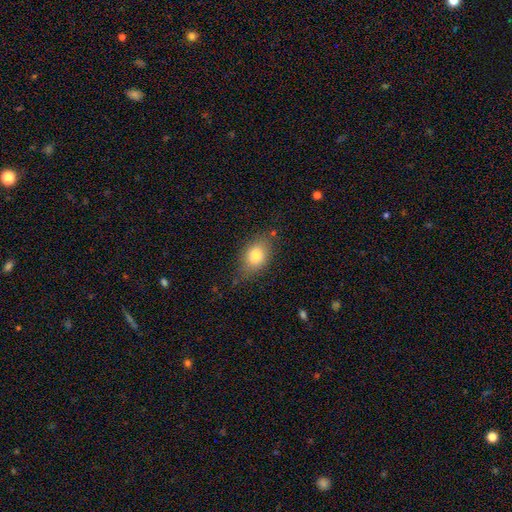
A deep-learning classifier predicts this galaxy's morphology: Smooth or featured: smooth — 77% (featured or disk — 13%)
How rounded: in between — 76% (round — 21%)
Merging: none — 74% (minor disturbance — 19%)